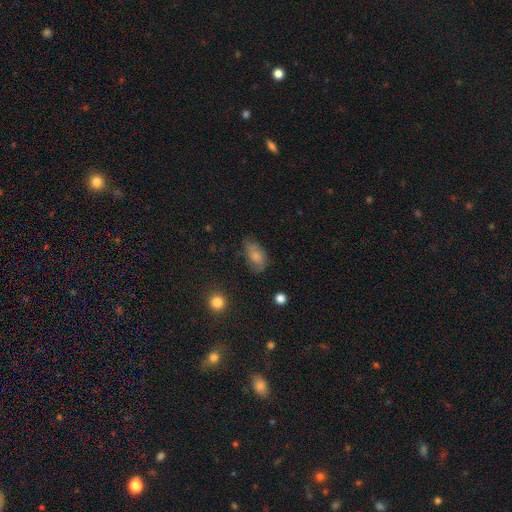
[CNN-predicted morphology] The model was most divided on "merging": none: 58%, minor disturbance: 30%, major disturbance: 11%, merger: 2%. More confident: how rounded — in between (90%); smooth or featured — smooth (74%).